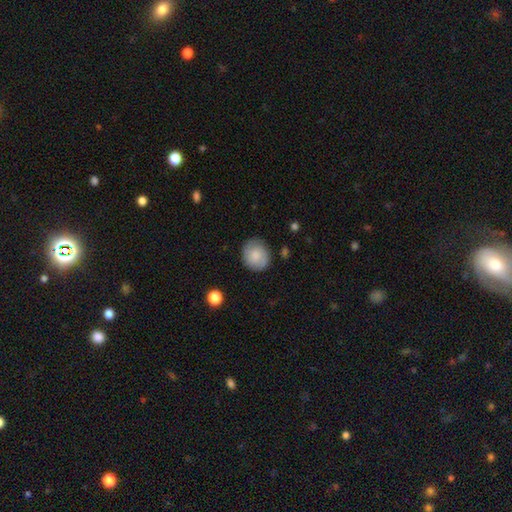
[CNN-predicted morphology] smooth 76%, featured or disk 17%, star or artifact 7%. Down the decision tree: how rounded — round (77%); merging — none (82%).